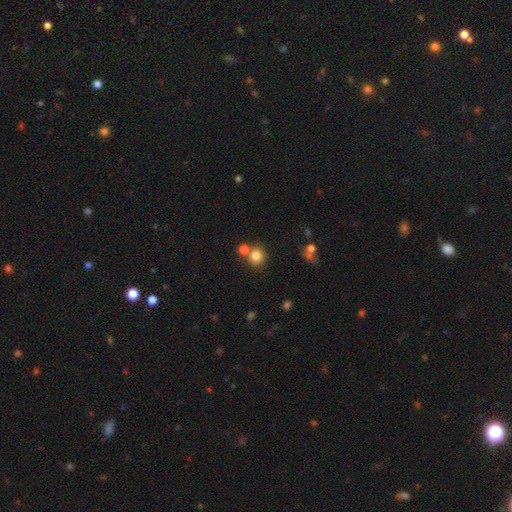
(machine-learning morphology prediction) smooth_or_featured: smooth (p=0.82) [alt: star or artifact p=0.12]
how_rounded: round (p=0.88) [alt: in between p=0.11]
merging: none (p=0.65) [alt: merger p=0.24]